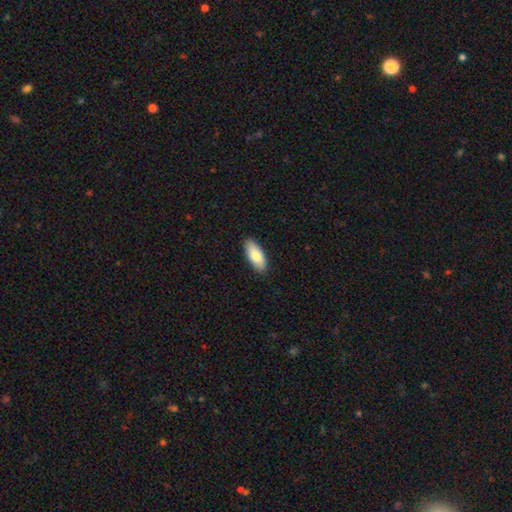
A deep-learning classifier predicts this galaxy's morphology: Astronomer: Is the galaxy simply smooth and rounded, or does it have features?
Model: smooth — 81%.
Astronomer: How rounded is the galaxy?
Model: in between — 85%.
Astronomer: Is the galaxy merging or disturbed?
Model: none — 89%.